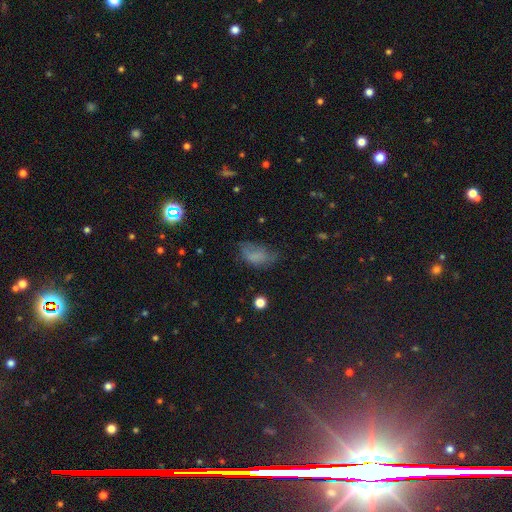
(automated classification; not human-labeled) Smooth or featured?
  - smooth: 68% *
  - featured or disk: 16%
  - star or artifact: 16%
How rounded?
  - in between: 89% *
  - round: 8%
  - cigar-shaped: 3%
Merging?
  - none: 41% *
  - minor disturbance: 34%
  - major disturbance: 23%
  - merger: 3%